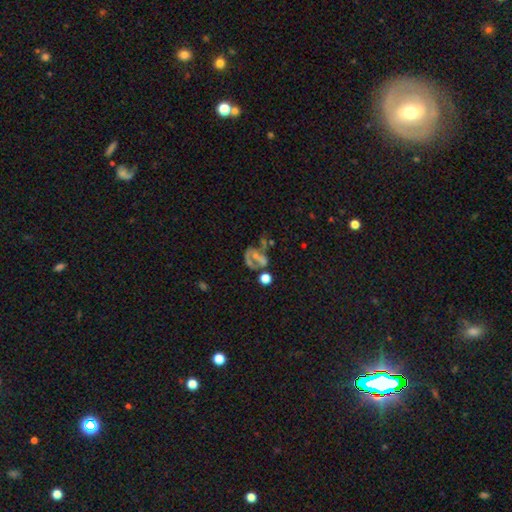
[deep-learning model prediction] Q: Smooth or featured?
A: featured or disk (49%); runner-up: smooth (26%)
Q: Merging?
A: none (32%); runner-up: major disturbance (28%)